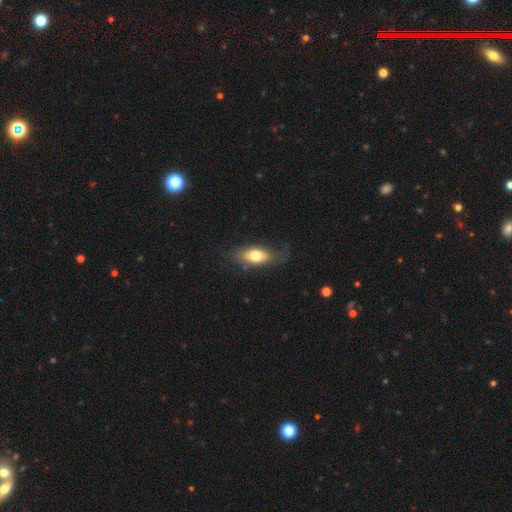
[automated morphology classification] Smooth or featured? Predicted: smooth (p=0.70). How rounded? Predicted: in between (p=0.80). Merging? Predicted: none (p=0.62).